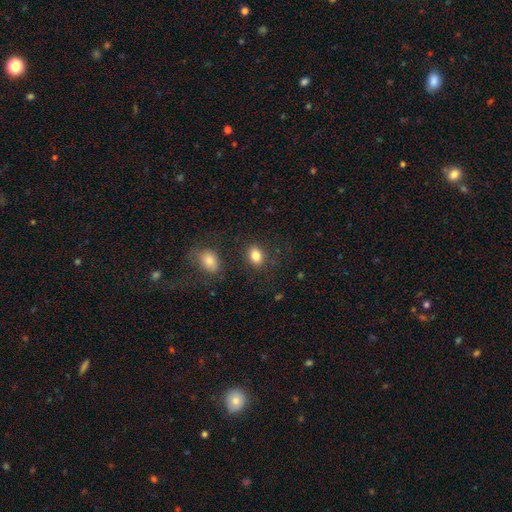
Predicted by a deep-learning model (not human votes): Smooth or featured: smooth — 83% (star or artifact — 10%)
How rounded: in between — 61% (round — 38%)
Merging: none — 81% (minor disturbance — 11%)